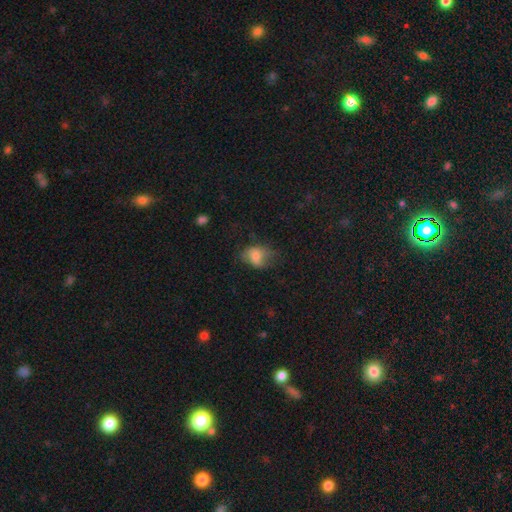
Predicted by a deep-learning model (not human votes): A smooth galaxy with no disk features (68%) that is in between round and cigar-shaped (72%). Merging: none (43%).